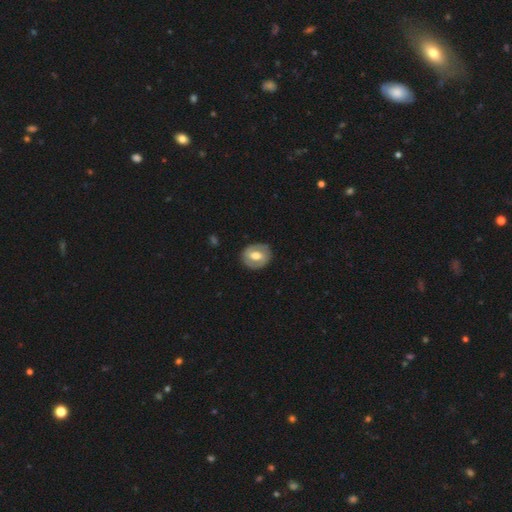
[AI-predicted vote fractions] Overall: featured or disk (58%; smooth 37%). Edge-on disk: no (96%). Bar: weak (45%; no 31%). Spiral arms: yes (54%; no 46%). Bulge size: moderate (63%; large 27%). Merging: none (84%).